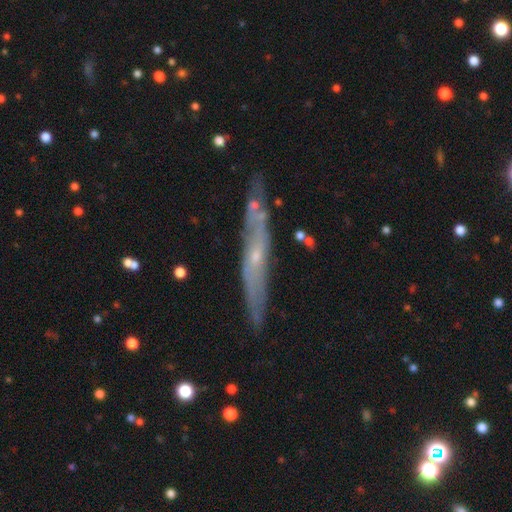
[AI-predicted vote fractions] Smooth or featured? featured or disk (69%)
Edge-on disk? yes (70%)
Merging? none (77%)